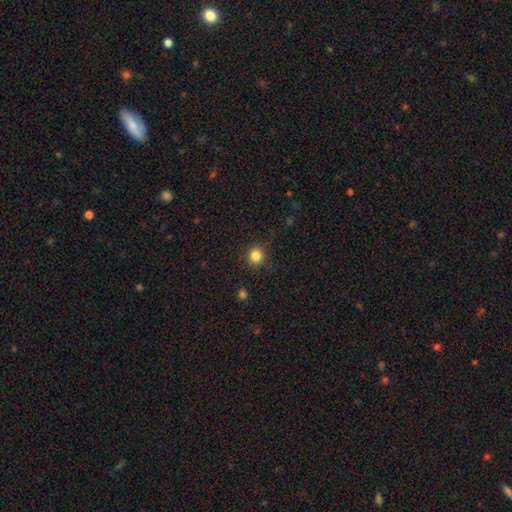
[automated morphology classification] Smooth or featured: smooth — 84% (star or artifact — 11%)
How rounded: round — 89% (in between — 10%)
Merging: none — 90% (minor disturbance — 7%)